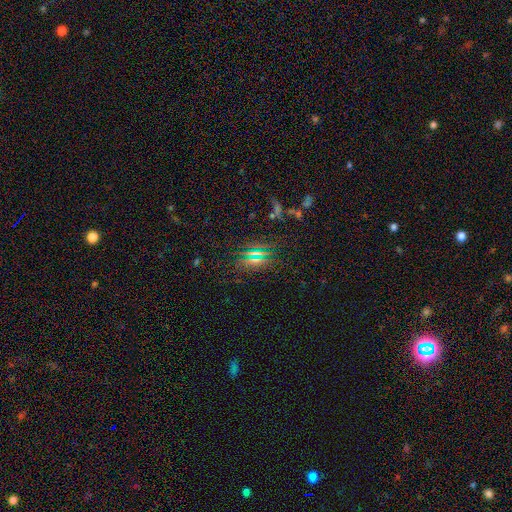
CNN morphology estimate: The model was most divided on "smooth or featured": star or artifact: 54%, smooth: 33%, featured or disk: 14%.